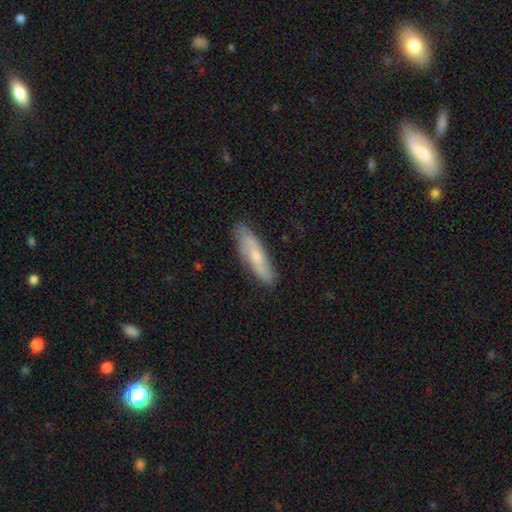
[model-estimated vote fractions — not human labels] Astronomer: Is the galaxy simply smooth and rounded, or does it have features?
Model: smooth — 51% (runner-up: featured or disk, 43%).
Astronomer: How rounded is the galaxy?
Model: cigar-shaped — 68%.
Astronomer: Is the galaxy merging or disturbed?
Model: none — 82%.